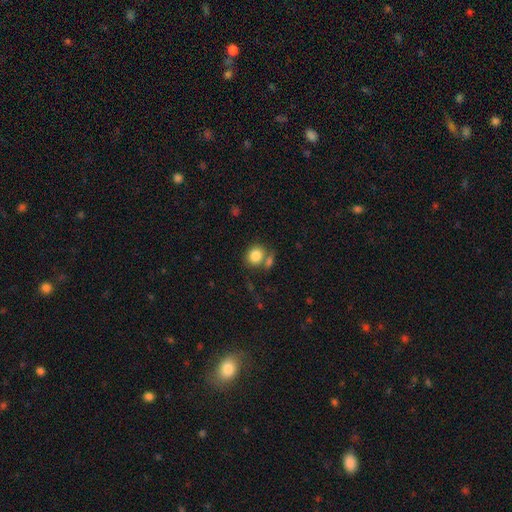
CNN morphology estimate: A smooth galaxy with no disk features (84%) that is round (69%). Merging: none (58%).